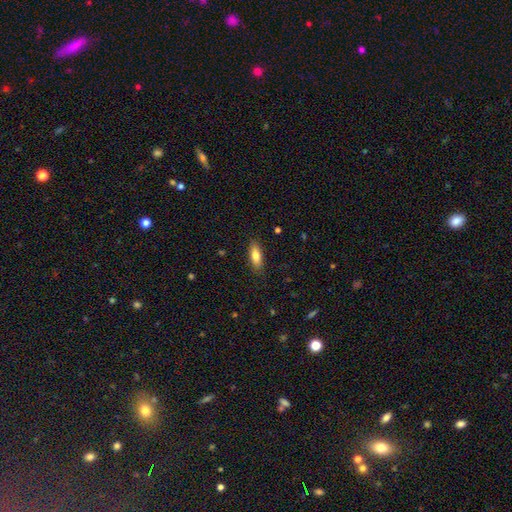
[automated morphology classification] Smooth or featured? Predicted: smooth (p=0.80). How rounded? Predicted: in between (p=0.73). Merging? Predicted: none (p=0.87).